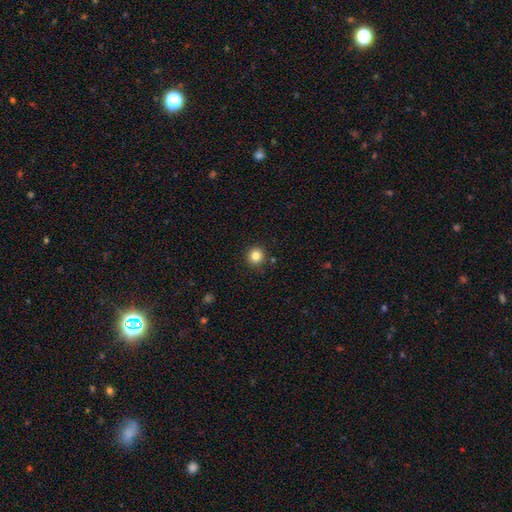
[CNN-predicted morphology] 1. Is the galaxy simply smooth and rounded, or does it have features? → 84% smooth, 12% star or artifact, 5% featured or disk.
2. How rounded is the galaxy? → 94% round, 5% in between, 1% cigar-shaped.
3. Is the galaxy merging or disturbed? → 91% none, 6% minor disturbance, 2% merger, 2% major disturbance.